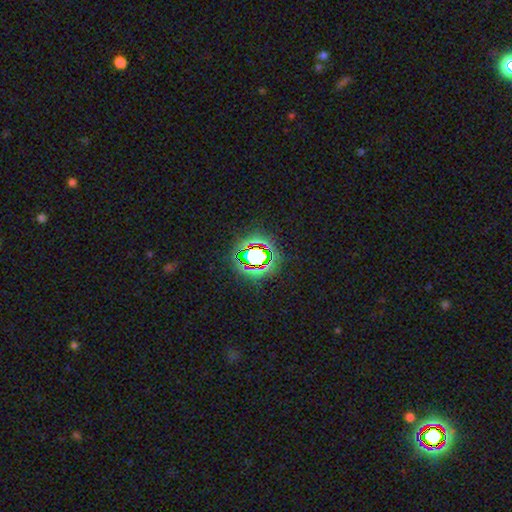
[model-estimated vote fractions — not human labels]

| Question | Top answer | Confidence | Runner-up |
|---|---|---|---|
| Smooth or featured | star or artifact | 63% | smooth (24%) |